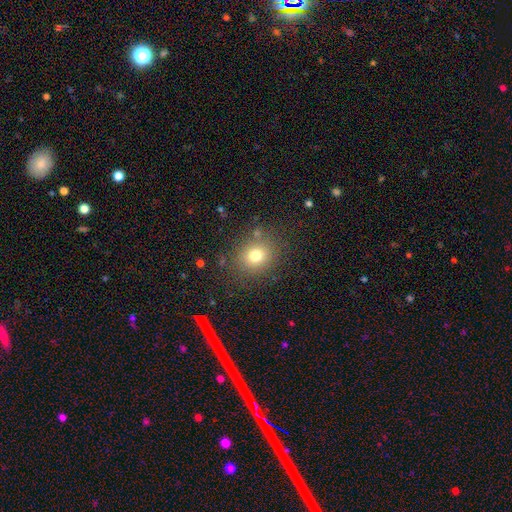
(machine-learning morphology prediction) This is likely a smooth galaxy (75%). How rounded: likely round (75%). Merging: clearly none (83%).